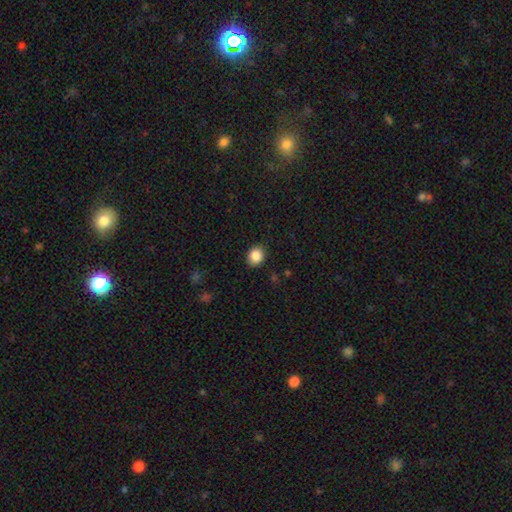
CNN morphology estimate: The model was most divided on "how rounded": round: 72%, in between: 28%, cigar-shaped: 1%. More confident: merging — none (87%); smooth or featured — smooth (87%).